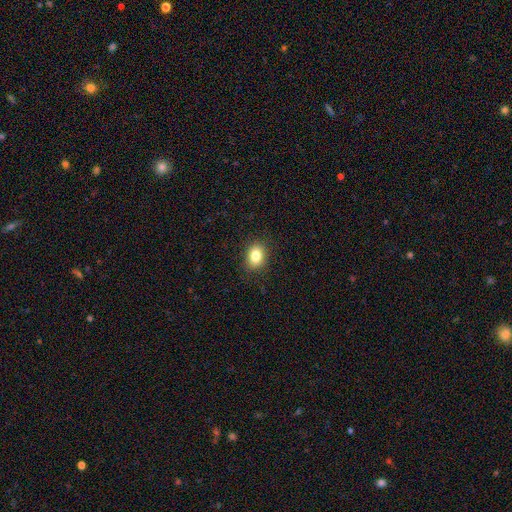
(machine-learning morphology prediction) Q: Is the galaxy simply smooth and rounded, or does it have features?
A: smooth — 83%.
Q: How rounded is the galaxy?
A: in between — 64%.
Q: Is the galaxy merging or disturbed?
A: none — 88%.